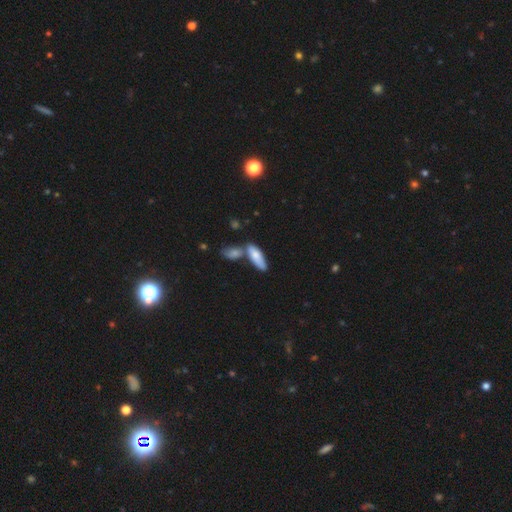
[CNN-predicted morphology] A smooth galaxy with no disk features (77%) that is in between round and cigar-shaped (62%).

Vote fractions:
- Smooth or featured? smooth: 77% / featured or disk: 17% / star or artifact: 6%
- How rounded? in between: 62% / cigar-shaped: 36% / round: 2%
- Merging? none: 46% / merger: 35% / minor disturbance: 14% / major disturbance: 4%